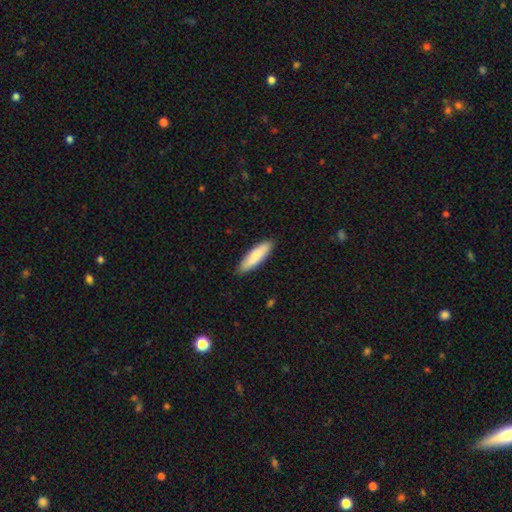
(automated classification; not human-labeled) Smooth or featured? Predicted: smooth (p=0.82). How rounded? Predicted: cigar-shaped (p=0.65). Merging? Predicted: none (p=0.88).